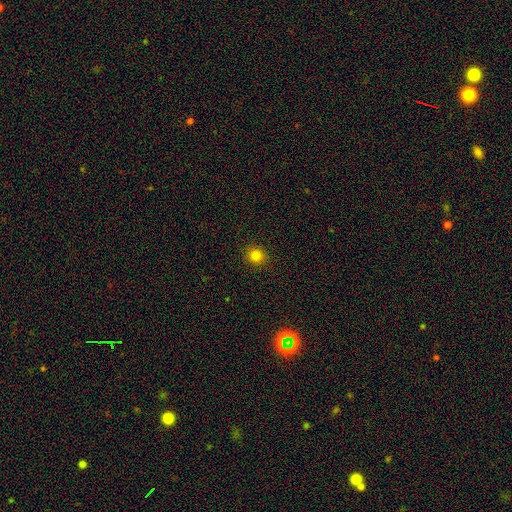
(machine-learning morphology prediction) Q: Smooth or featured?
A: smooth (82%); runner-up: star or artifact (14%)
Q: How rounded?
A: round (91%); runner-up: in between (8%)
Q: Merging?
A: none (92%); runner-up: minor disturbance (6%)